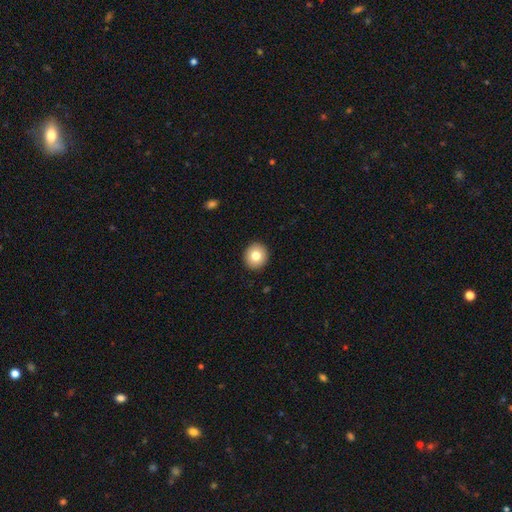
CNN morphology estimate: This is likely a smooth galaxy (80%). How rounded: clearly round (90%). Merging: clearly none (92%).